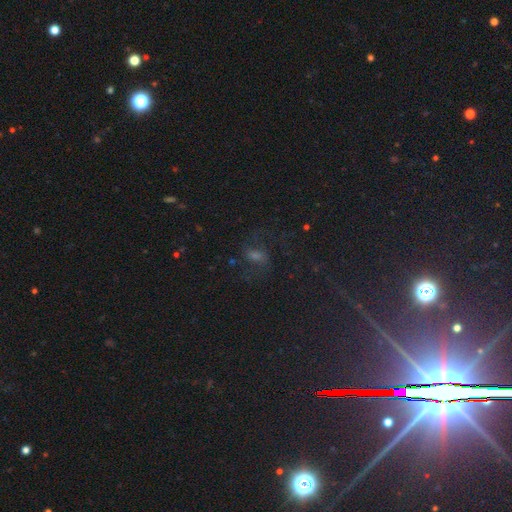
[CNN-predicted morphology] Smooth or featured: star or artifact — 39% (tied with featured or disk — 39%)